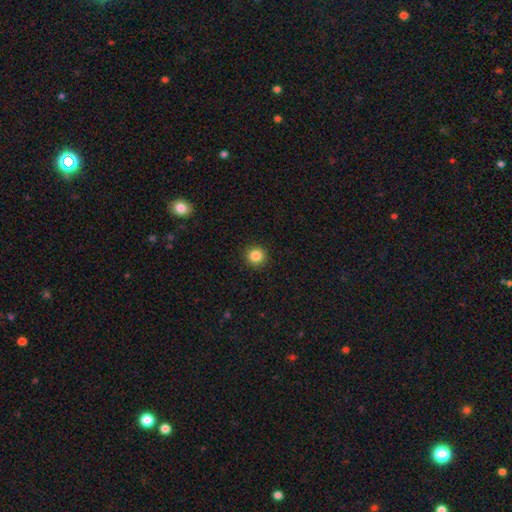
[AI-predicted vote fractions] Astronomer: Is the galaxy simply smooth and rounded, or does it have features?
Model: smooth — 85%.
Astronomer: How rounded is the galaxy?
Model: round — 95%.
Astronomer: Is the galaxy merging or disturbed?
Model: none — 93%.